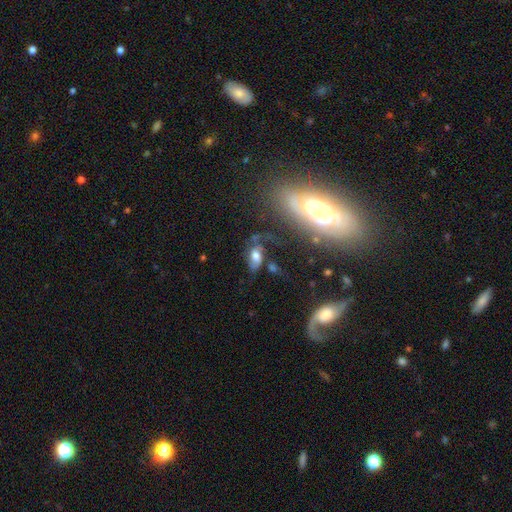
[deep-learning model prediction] The model was most divided on "smooth or featured": smooth: 51%, featured or disk: 38%, star or artifact: 12%. Remaining: how rounded — in between (87%); merging — none (41%).